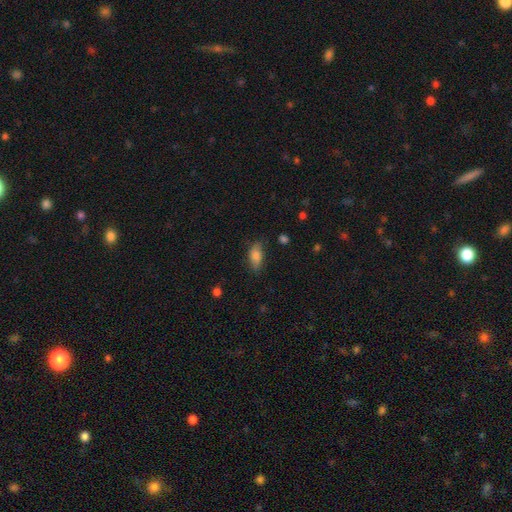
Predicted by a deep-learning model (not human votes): A smooth galaxy with no disk features (81%) that is in between round and cigar-shaped (86%). Merging: none (72%).